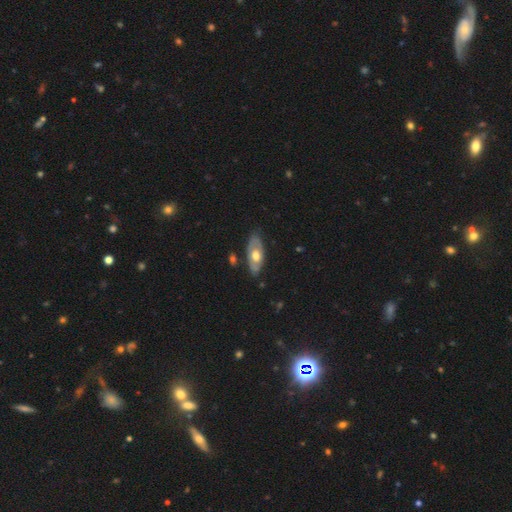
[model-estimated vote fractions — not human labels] smooth_or_featured: featured or disk (p=0.52) [alt: smooth p=0.43]
disk_edge_on: no (p=0.79) [alt: yes p=0.21]
merging: none (p=0.78) [alt: minor disturbance p=0.16]